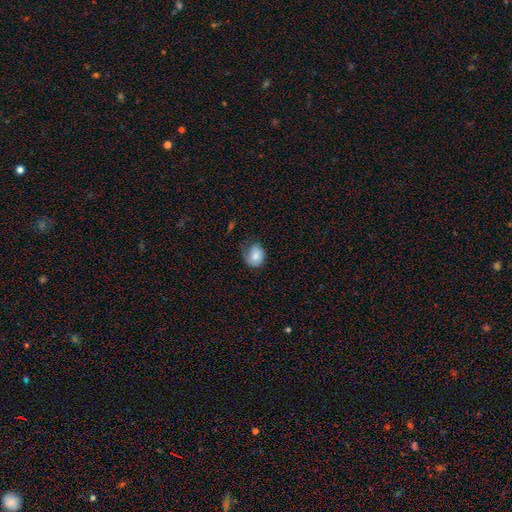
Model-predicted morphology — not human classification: The model was most divided on "merging": none: 50%, minor disturbance: 32%, major disturbance: 16%, merger: 1%. More confident: smooth or featured — smooth (75%); how rounded — round (65%).